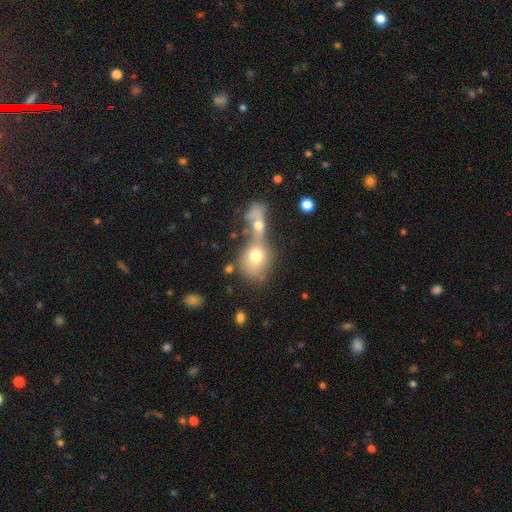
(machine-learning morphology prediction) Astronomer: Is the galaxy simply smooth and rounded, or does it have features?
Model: smooth — 70%.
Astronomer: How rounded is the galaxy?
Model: round — 54% (runner-up: in between, 44%).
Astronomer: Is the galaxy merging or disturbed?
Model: merger — 66%.